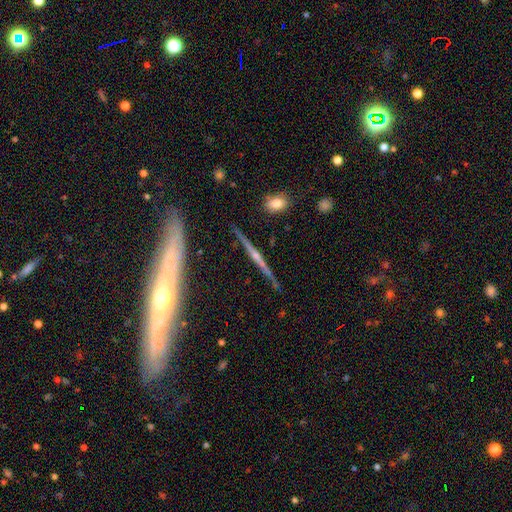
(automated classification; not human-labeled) featured or disk 78%, smooth 13%, star or artifact 9%. Down the decision tree: edge-on disk — yes (96%); edge-on bulge — rounded (70%); merging — none (87%).